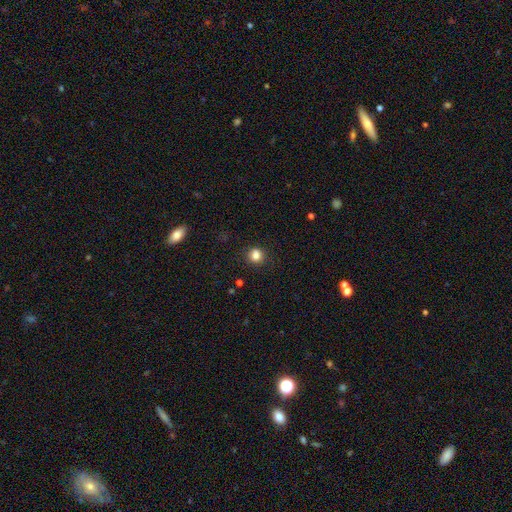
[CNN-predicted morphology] Smooth or featured? Predicted: smooth (p=0.83). How rounded? Predicted: round (p=0.88). Merging? Predicted: none (p=0.89).